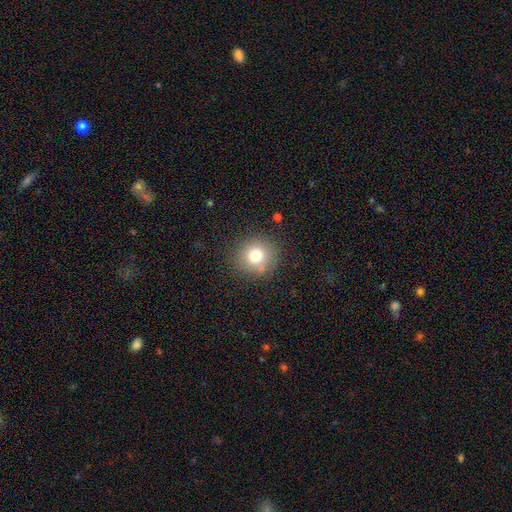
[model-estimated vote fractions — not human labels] Morphology: type=smooth (76%); roundness=round (91%); merging=none (85%).